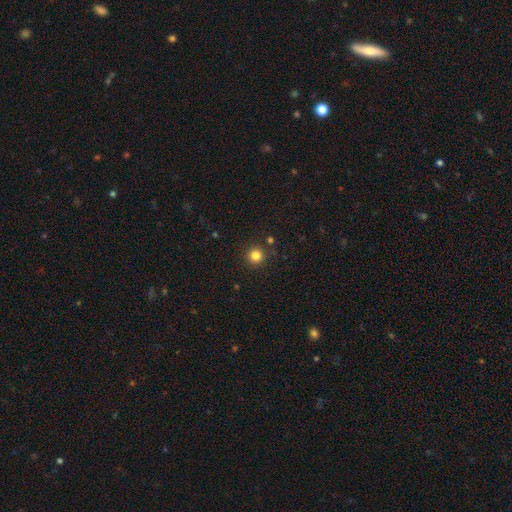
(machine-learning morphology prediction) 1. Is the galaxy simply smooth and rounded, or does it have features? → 81% smooth, 14% star or artifact, 5% featured or disk.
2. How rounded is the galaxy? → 96% round, 3% in between, 1% cigar-shaped.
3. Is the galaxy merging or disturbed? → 90% none, 6% minor disturbance, 3% merger, 2% major disturbance.